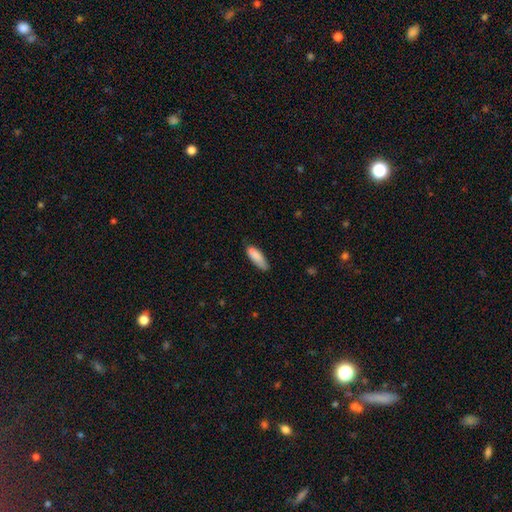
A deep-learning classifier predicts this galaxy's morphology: smooth-or-featured: smooth: 86% | featured or disk: 7% | star or artifact: 6%
  how-rounded: in between: 55% | cigar-shaped: 44% | round: 1%
  merging: none: 69% | minor disturbance: 26% | major disturbance: 4% | merger: 2%